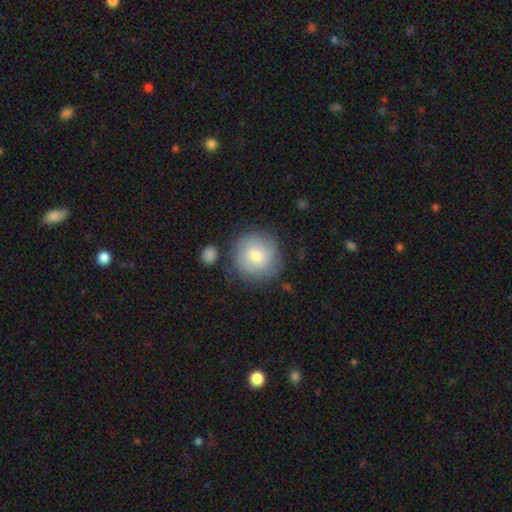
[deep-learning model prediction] The model was most divided on "smooth or featured": smooth: 66%, featured or disk: 26%, star or artifact: 8%. More confident: how rounded — round (94%); merging — none (77%).